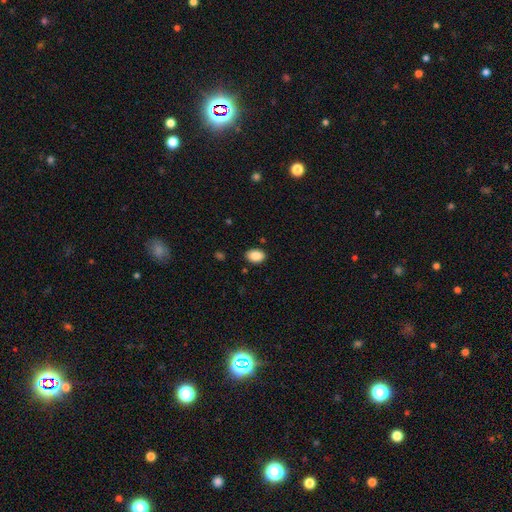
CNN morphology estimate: This is clearly a smooth galaxy (88%). How rounded: clearly in between (84%). Merging: clearly none (87%).